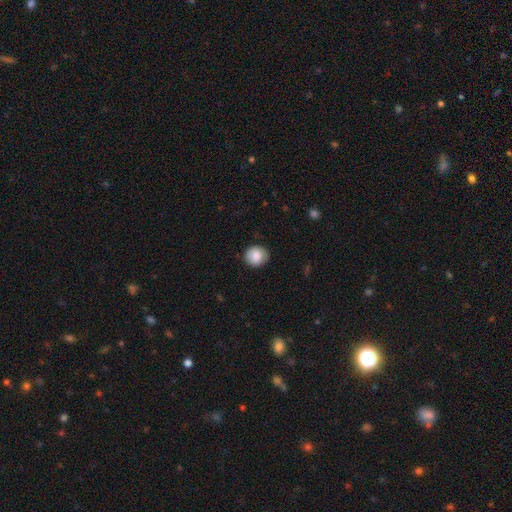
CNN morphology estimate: smooth 85%, star or artifact 8%, featured or disk 7%. Down the decision tree: how rounded — round (86%); merging — none (84%).